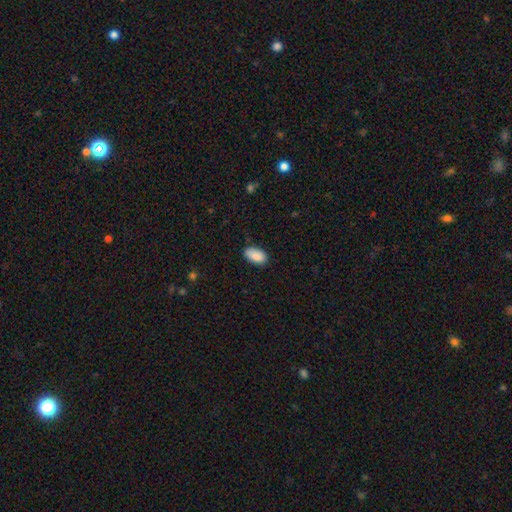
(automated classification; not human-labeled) smooth-or-featured: smooth: 89% | star or artifact: 7% | featured or disk: 4%
  how-rounded: in between: 95% | round: 3% | cigar-shaped: 2%
  merging: none: 82% | minor disturbance: 15% | major disturbance: 2% | merger: 1%